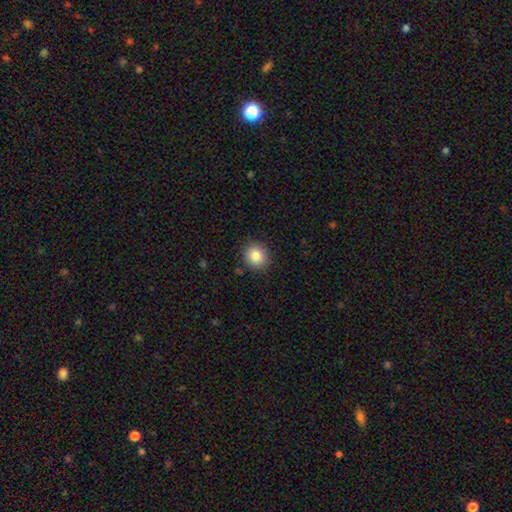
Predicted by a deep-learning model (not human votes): A smooth galaxy with no disk features (84%) that is round (83%). Merging: none (89%).